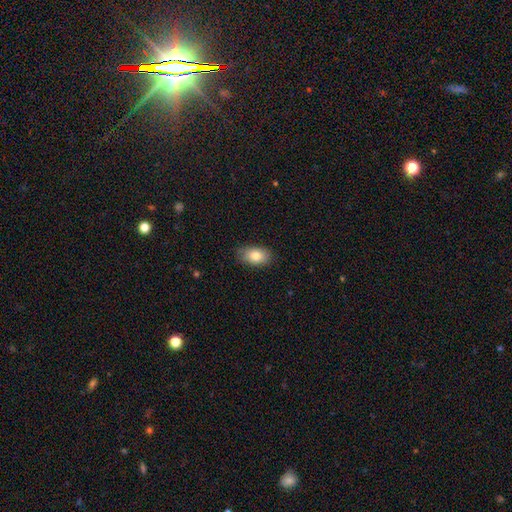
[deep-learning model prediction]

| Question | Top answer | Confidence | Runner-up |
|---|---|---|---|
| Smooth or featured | smooth | 81% | featured or disk (12%) |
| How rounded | in between | 90% | round (8%) |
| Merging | none | 83% | minor disturbance (13%) |